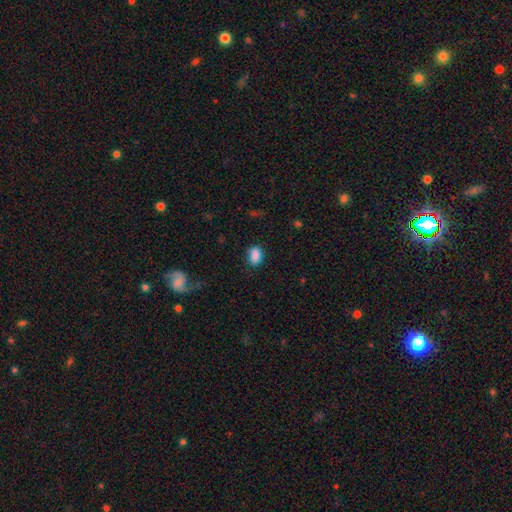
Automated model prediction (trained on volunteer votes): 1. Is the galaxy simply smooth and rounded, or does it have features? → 85% smooth, 9% star or artifact, 6% featured or disk.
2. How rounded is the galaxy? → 82% in between, 16% round, 2% cigar-shaped.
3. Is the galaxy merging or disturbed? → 75% none, 18% minor disturbance, 4% major disturbance, 3% merger.